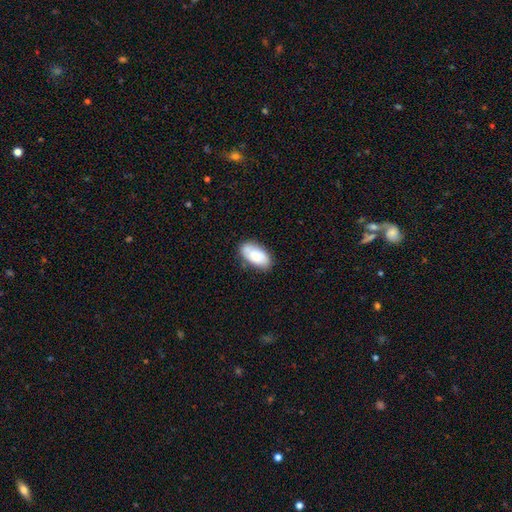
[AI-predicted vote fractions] Morphology: type=smooth (75%); roundness=in between (93%); merging=none (73%).